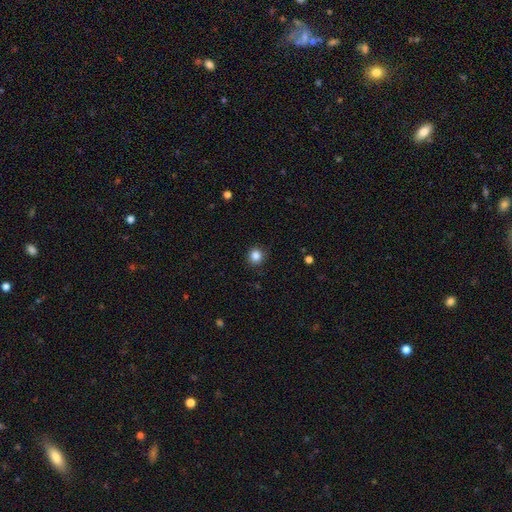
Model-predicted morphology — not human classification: Smooth or featured: smooth — 85% (star or artifact — 11%)
How rounded: round — 92% (in between — 7%)
Merging: none — 89% (minor disturbance — 8%)